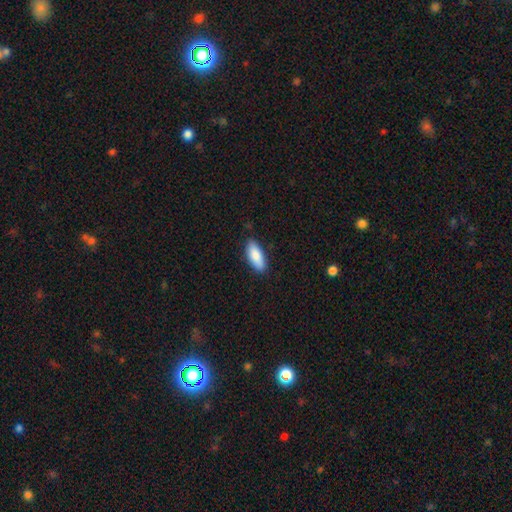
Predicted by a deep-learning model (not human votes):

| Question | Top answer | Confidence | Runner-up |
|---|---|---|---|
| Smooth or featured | smooth | 86% | featured or disk (8%) |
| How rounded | in between | 78% | cigar-shaped (20%) |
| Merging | none | 85% | minor disturbance (11%) |